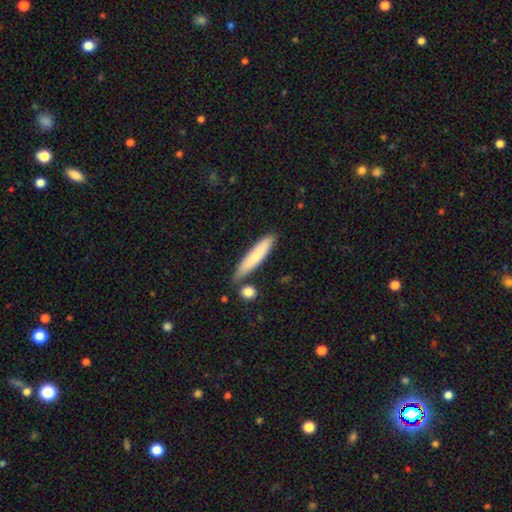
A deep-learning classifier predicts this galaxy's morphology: This appears to be a smooth galaxy with no disk features (74%) that is cigar-shaped (88%). Merging: none (77%).